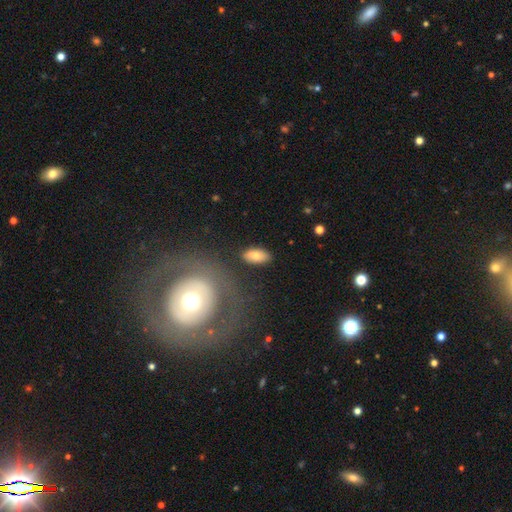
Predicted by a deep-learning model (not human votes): A smooth galaxy with no disk features (75%) that is in between round and cigar-shaped (91%).

Vote fractions:
- Smooth or featured? smooth: 75% / featured or disk: 17% / star or artifact: 8%
- How rounded? in between: 91% / cigar-shaped: 5% / round: 4%
- Merging? none: 81% / minor disturbance: 12% / merger: 4% / major disturbance: 4%